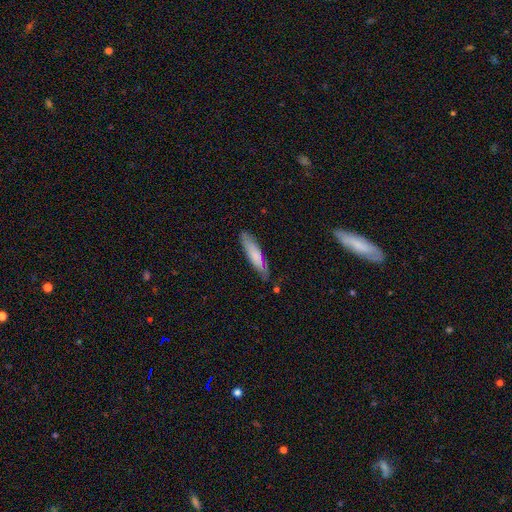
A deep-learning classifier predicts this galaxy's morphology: type=smooth (71%); roundness=cigar-shaped (74%); merging=none (78%).